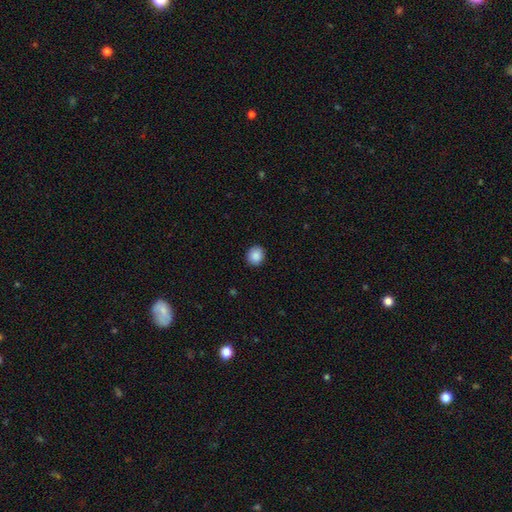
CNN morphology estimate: Smooth or featured? Predicted: smooth (p=0.89). How rounded? Predicted: round (p=0.83). Merging? Predicted: none (p=0.90).